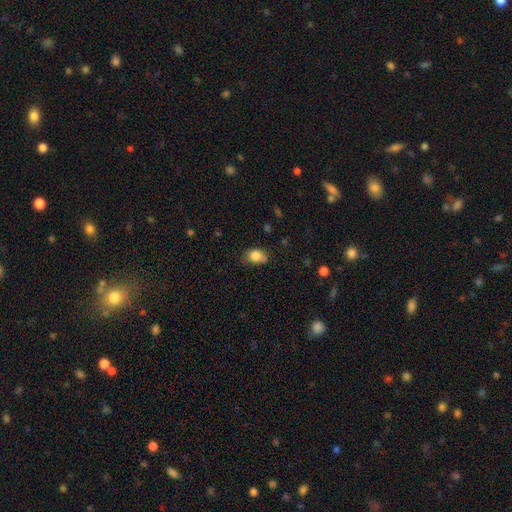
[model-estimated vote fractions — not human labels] Q: Smooth or featured?
A: smooth (83%); runner-up: star or artifact (10%)
Q: How rounded?
A: in between (56%); runner-up: round (42%)
Q: Merging?
A: none (59%); runner-up: minor disturbance (28%)